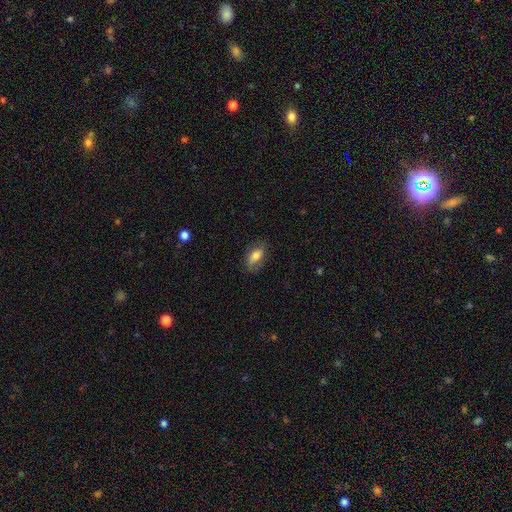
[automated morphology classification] type=smooth (73%); roundness=in between (86%); merging=none (76%).